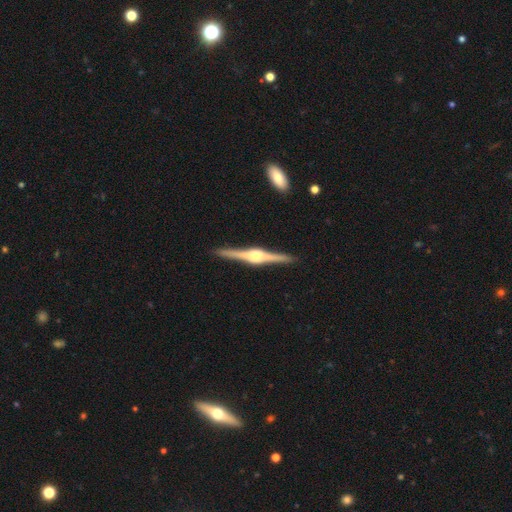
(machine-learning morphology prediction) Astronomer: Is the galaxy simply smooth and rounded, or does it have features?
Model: featured or disk — 88%.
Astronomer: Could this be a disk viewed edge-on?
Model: yes — 99%.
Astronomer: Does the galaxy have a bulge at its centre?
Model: rounded — 87%.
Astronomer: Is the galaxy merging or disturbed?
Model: none — 92%.